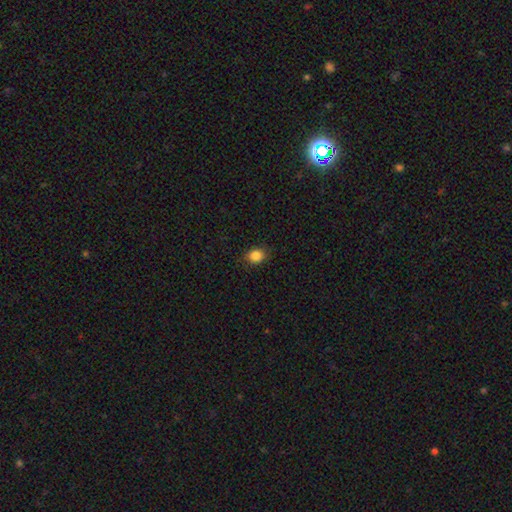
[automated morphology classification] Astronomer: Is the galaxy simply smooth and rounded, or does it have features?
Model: smooth — 85%.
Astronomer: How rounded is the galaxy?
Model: round — 63%.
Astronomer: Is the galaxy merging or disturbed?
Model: none — 84%.